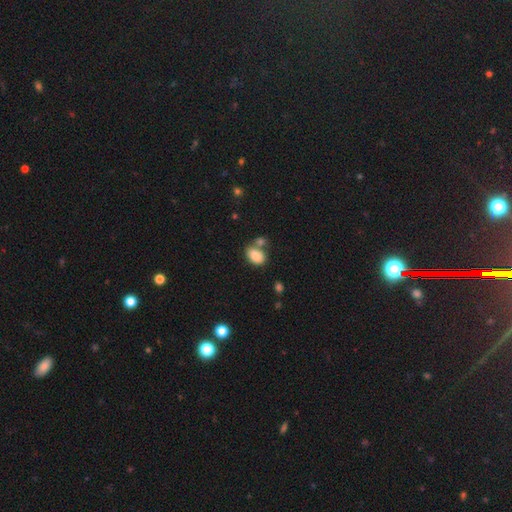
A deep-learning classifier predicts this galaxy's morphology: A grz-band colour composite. It shows a smooth galaxy with no disk features (86%) that is in between round and cigar-shaped (85%). Merging: none (48%).